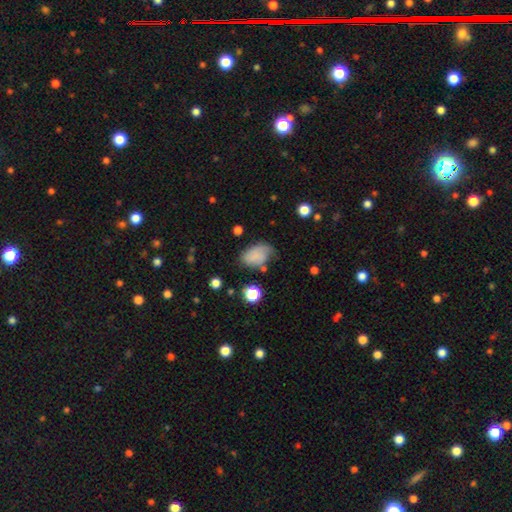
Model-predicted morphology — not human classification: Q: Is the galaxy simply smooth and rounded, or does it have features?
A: smooth — 72%.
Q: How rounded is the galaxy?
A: in between — 85%.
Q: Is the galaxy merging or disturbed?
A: none — 50%.